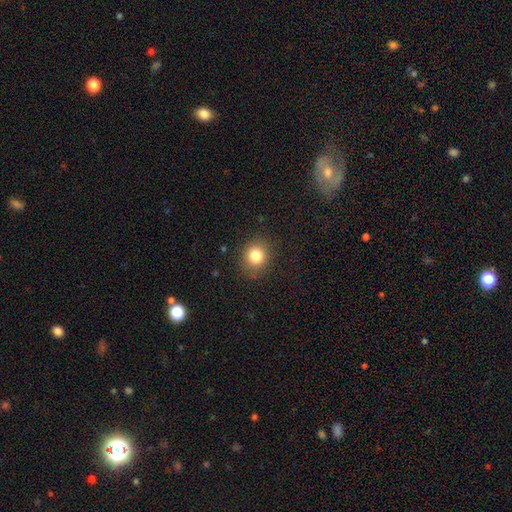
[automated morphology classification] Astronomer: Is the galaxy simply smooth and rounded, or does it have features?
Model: smooth — 82%.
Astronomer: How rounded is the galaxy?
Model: round — 79%.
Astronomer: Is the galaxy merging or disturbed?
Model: none — 85%.